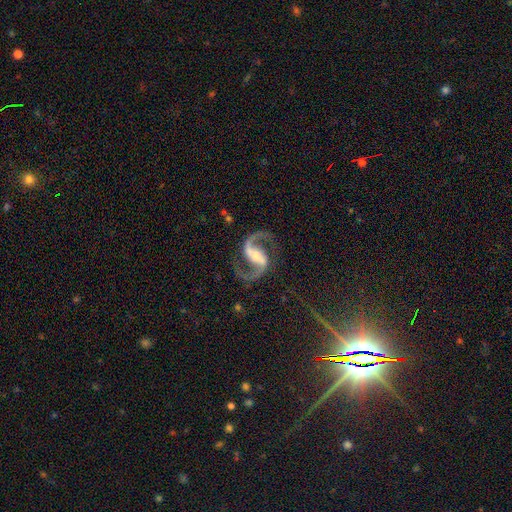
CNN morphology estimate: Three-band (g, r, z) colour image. It shows a featured or disk galaxy (94%) with a strong bar (55%), 2 (95%) medium (57%) spiral arms (98%) and a small central bulge (45%). Merging: none (82%).